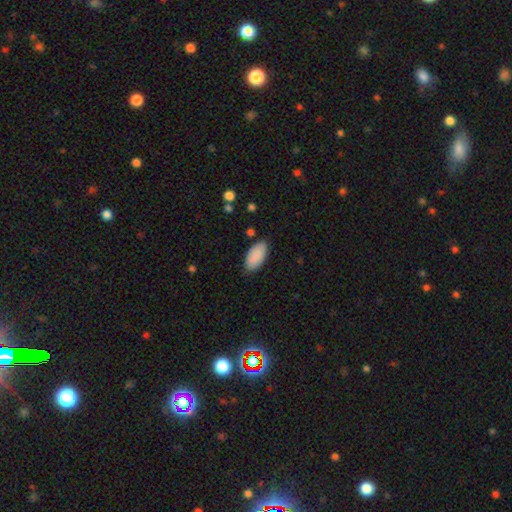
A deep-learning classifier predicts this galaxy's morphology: smooth-or-featured: smooth: 89% | star or artifact: 6% | featured or disk: 4%
  how-rounded: in between: 95% | cigar-shaped: 3% | round: 2%
  merging: none: 83% | minor disturbance: 13% | major disturbance: 2% | merger: 1%